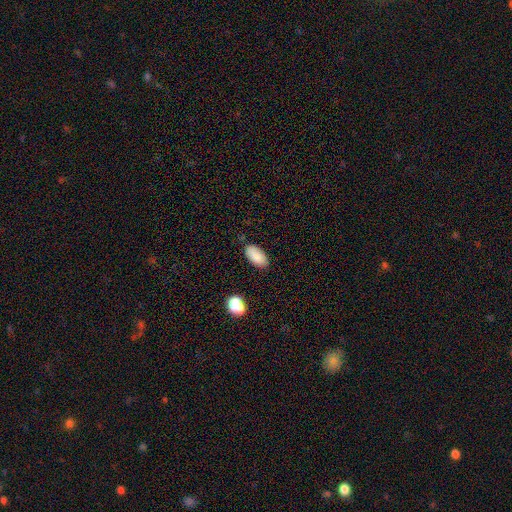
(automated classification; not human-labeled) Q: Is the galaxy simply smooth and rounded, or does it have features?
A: smooth — 87%.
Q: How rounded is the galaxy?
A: in between — 94%.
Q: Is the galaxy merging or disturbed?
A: none — 83%.